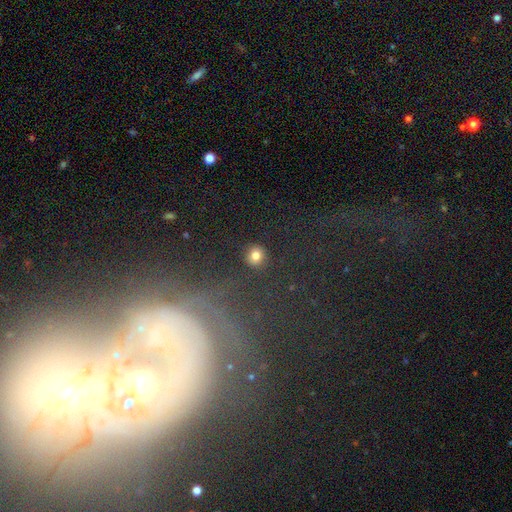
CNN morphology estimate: Overall: smooth (81%). How rounded: round (90%). Merging: none (90%).